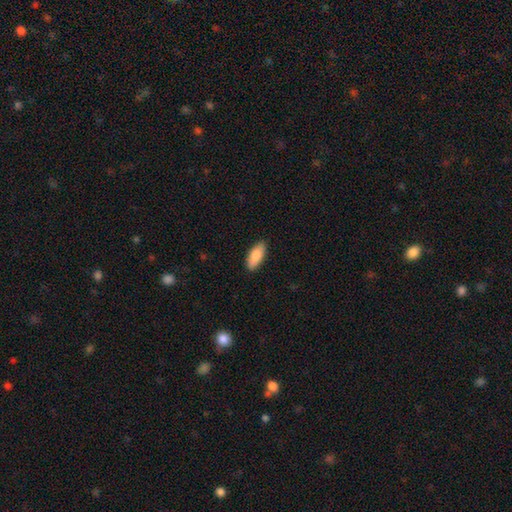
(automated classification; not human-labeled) Smooth or featured? smooth (87%)
How rounded? in between (79%)
Merging? none (87%)